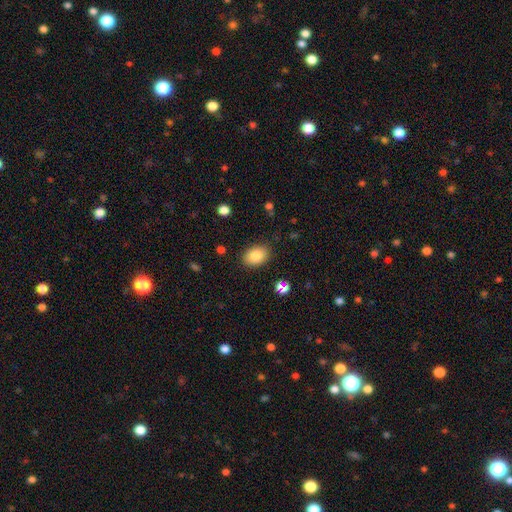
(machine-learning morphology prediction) smooth_or_featured: smooth (p=0.84) [alt: star or artifact p=0.09]
how_rounded: in between (p=0.77) [alt: round p=0.22]
merging: none (p=0.85) [alt: minor disturbance p=0.10]